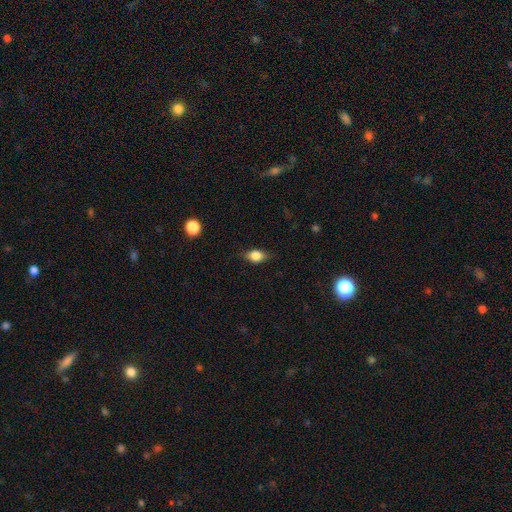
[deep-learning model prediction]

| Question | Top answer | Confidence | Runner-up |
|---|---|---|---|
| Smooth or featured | smooth | 77% | featured or disk (14%) |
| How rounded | in between | 71% | round (25%) |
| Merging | none | 78% | minor disturbance (17%) |